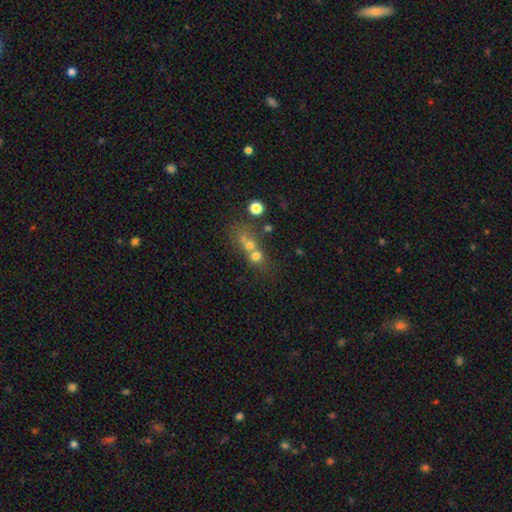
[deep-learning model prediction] smooth-or-featured: smooth: 60% | featured or disk: 22% | star or artifact: 19%
  how-rounded: round: 75% | in between: 23% | cigar-shaped: 3%
  merging: merger: 58% | none: 29% | minor disturbance: 7% | major disturbance: 6%